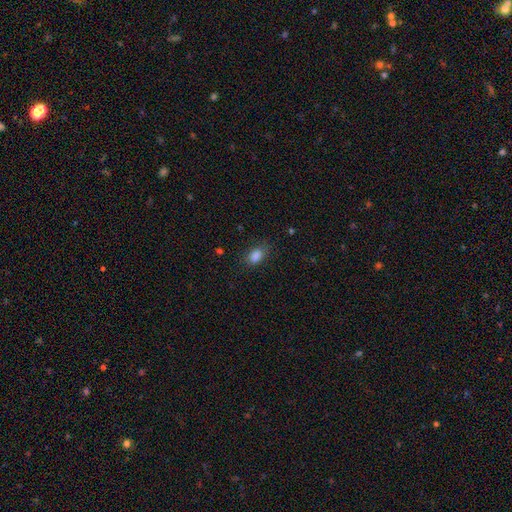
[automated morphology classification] smooth-or-featured: smooth: 86% | star or artifact: 10% | featured or disk: 5%
  how-rounded: in between: 86% | round: 12% | cigar-shaped: 2%
  merging: none: 75% | minor disturbance: 18% | major disturbance: 5% | merger: 1%